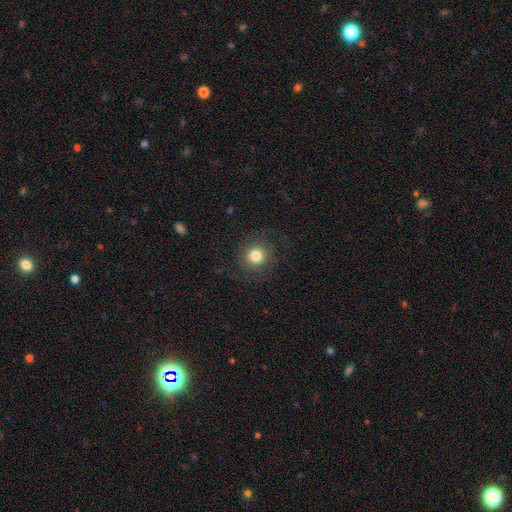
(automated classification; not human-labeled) Overall: smooth (75%). How rounded: round (92%). Merging: none (81%).